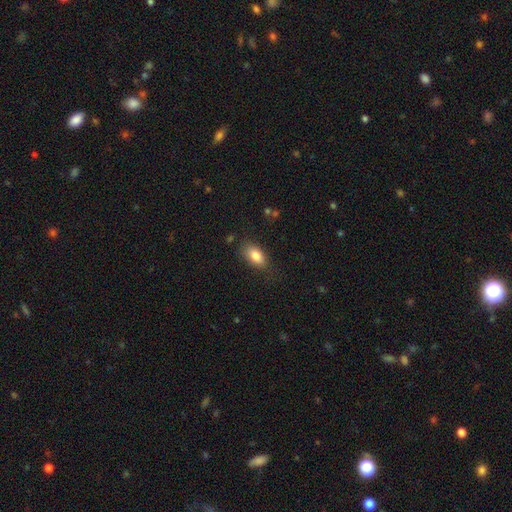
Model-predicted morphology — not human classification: Smooth or featured? smooth (84%)
How rounded? in between (90%)
Merging? none (76%)